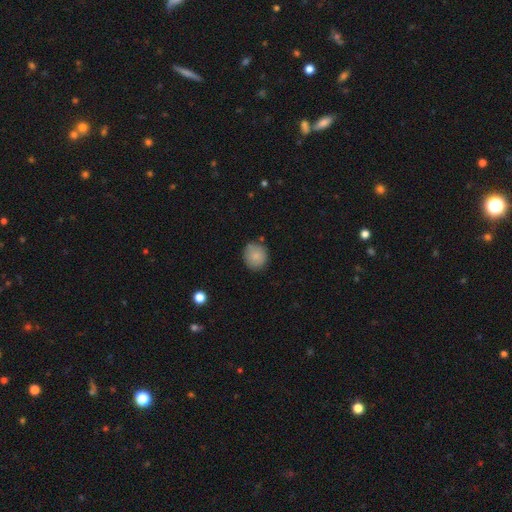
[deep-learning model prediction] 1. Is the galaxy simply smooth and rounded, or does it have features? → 84% smooth, 8% featured or disk, 8% star or artifact.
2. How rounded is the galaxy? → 84% round, 16% in between, 1% cigar-shaped.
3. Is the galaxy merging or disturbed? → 82% none, 13% minor disturbance, 3% major disturbance, 2% merger.